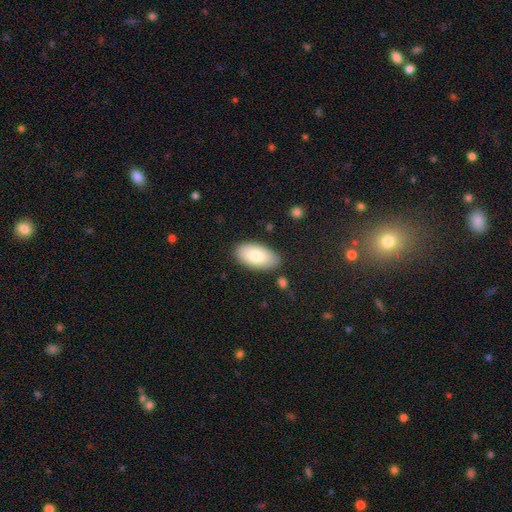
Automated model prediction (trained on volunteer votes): This is likely a smooth galaxy (79%). How rounded: clearly in between (95%). Merging: clearly none (84%).